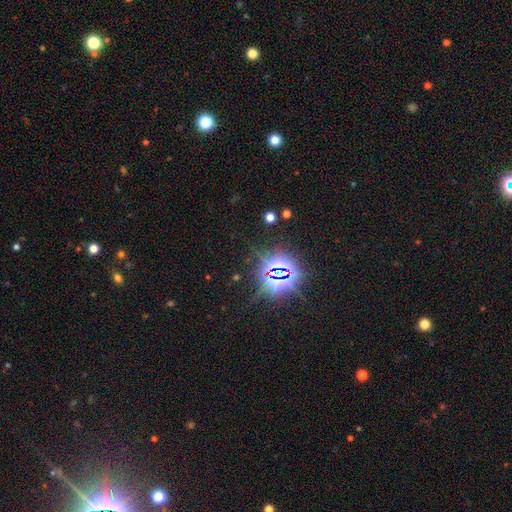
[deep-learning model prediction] star or artifact 80%, smooth 13%, featured or disk 7%.